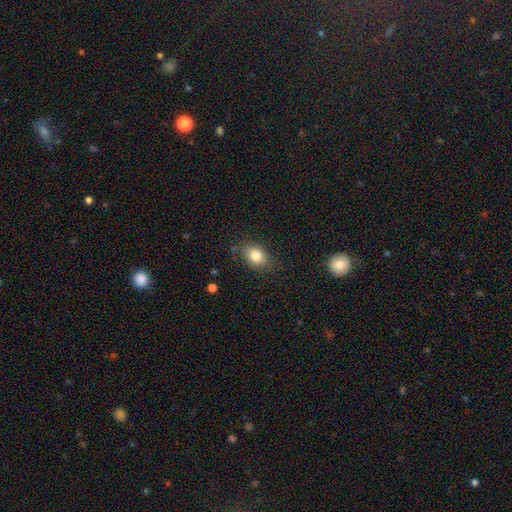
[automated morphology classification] Smooth or featured?
  - smooth: 82% *
  - featured or disk: 9%
  - star or artifact: 9%
How rounded?
  - in between: 78% *
  - round: 20%
  - cigar-shaped: 2%
Merging?
  - none: 80% *
  - minor disturbance: 15%
  - major disturbance: 4%
  - merger: 2%